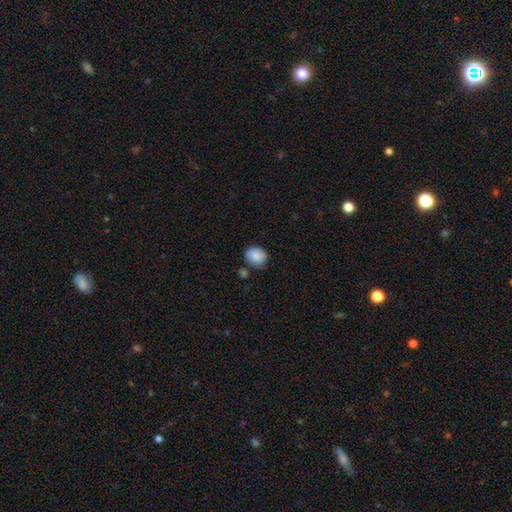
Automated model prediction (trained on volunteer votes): This appears to be a smooth galaxy with no disk features (85%) that is round (66%). Merging: none (70%).